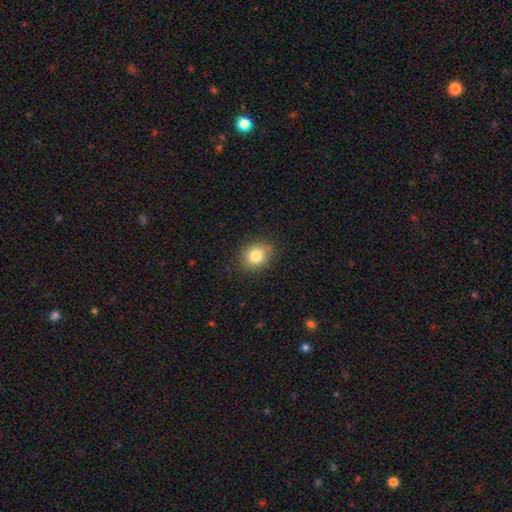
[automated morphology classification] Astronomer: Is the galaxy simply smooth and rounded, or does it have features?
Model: smooth — 83%.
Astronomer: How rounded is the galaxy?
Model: round — 60% (runner-up: in between, 39%).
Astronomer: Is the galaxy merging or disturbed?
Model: none — 85%.